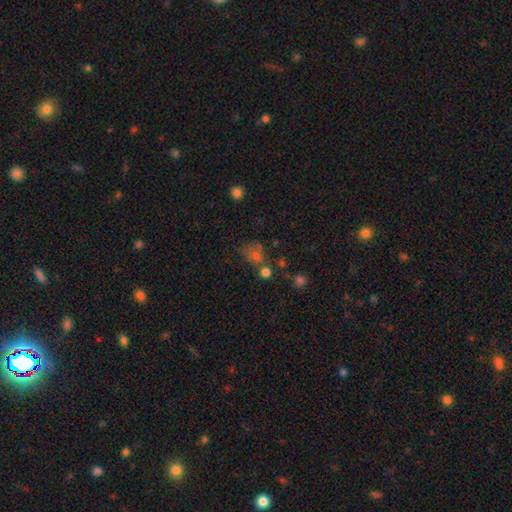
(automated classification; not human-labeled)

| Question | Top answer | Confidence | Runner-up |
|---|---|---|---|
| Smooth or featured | smooth | 57% | star or artifact (28%) |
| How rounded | round | 66% | in between (33%) |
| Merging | none | 48% | merger (23%) |